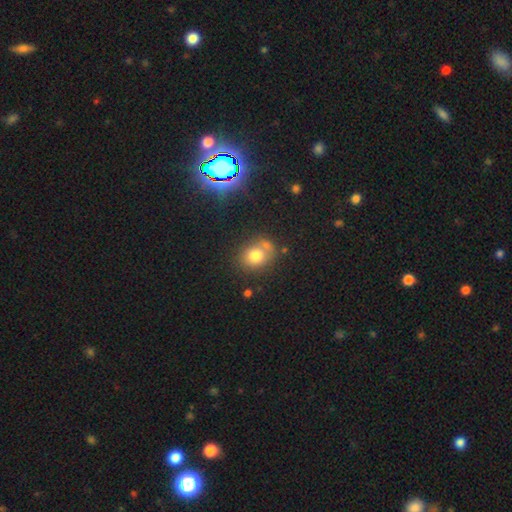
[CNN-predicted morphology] The model was most divided on "how rounded": round: 61%, in between: 38%, cigar-shaped: 1%. More confident: smooth or featured — smooth (75%); merging — none (59%).